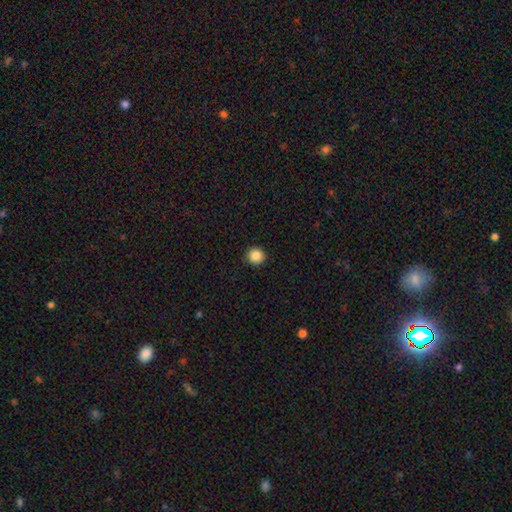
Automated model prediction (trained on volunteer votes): Q: Smooth or featured?
A: smooth (86%); runner-up: star or artifact (10%)
Q: How rounded?
A: round (95%); runner-up: in between (4%)
Q: Merging?
A: none (92%); runner-up: minor disturbance (5%)